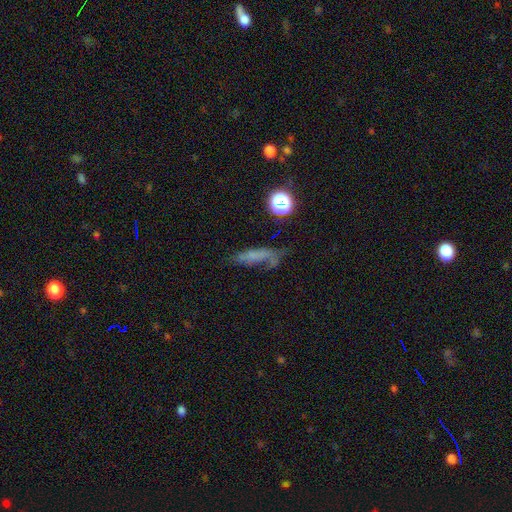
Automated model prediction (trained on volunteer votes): A smooth galaxy with no disk features (49%).

Vote fractions:
- Smooth or featured? smooth: 49% / featured or disk: 30% / star or artifact: 21%
- Merging? none: 46% / minor disturbance: 25% / major disturbance: 22% / merger: 8%